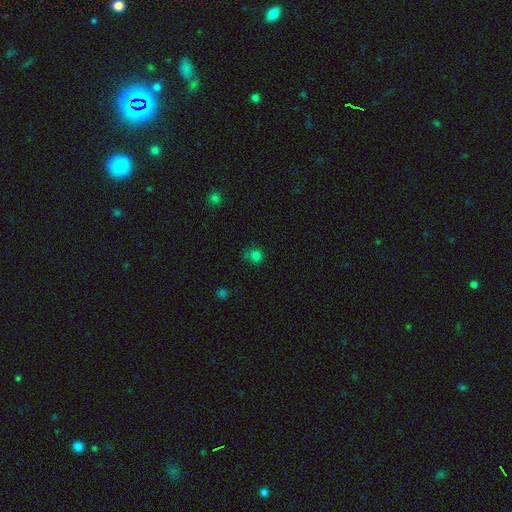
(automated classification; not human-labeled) Smooth or featured?
  - smooth: 76% *
  - star or artifact: 19%
  - featured or disk: 5%
How rounded?
  - round: 85% *
  - in between: 14%
  - cigar-shaped: 1%
Merging?
  - none: 68% *
  - minor disturbance: 21%
  - major disturbance: 6%
  - merger: 4%